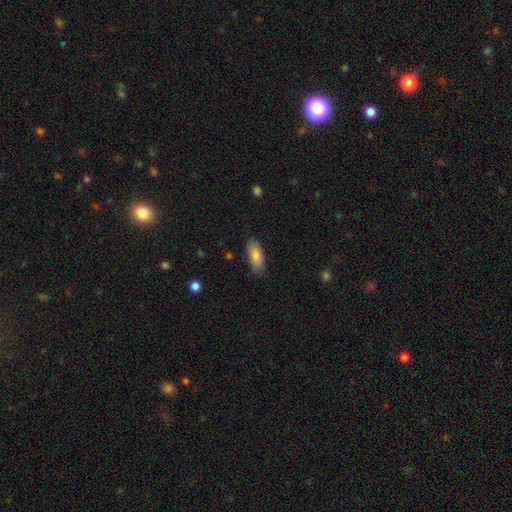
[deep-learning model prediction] Smooth or featured: smooth — 85% (featured or disk — 9%)
How rounded: in between — 77% (cigar-shaped — 21%)
Merging: none — 84% (minor disturbance — 12%)